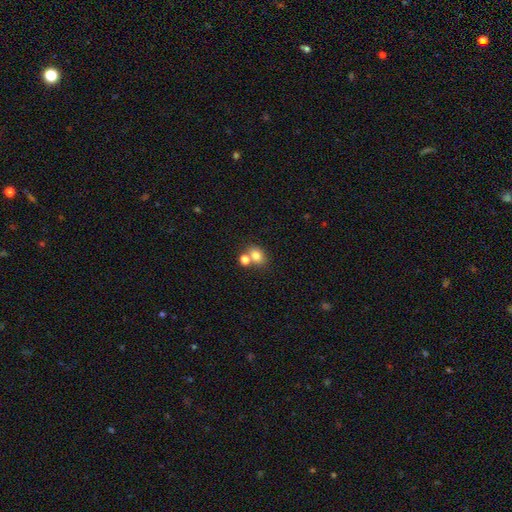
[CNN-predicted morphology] smooth-or-featured: smooth: 79% | star or artifact: 11% | featured or disk: 10%
  how-rounded: round: 51% | in between: 48% | cigar-shaped: 1%
  merging: none: 48% | merger: 40% | minor disturbance: 9% | major disturbance: 3%